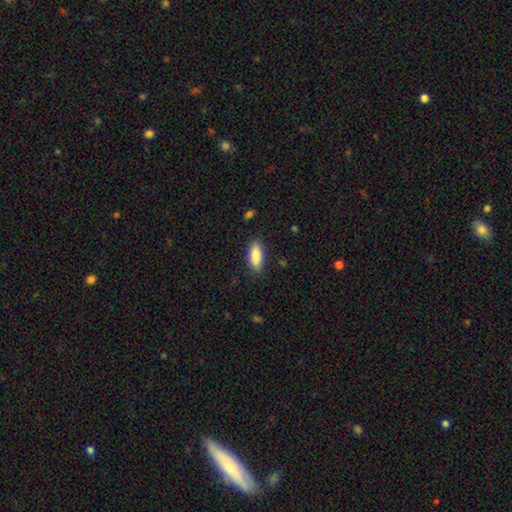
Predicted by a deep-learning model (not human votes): smooth_or_featured: smooth (p=0.88) [alt: star or artifact p=0.06]
how_rounded: in between (p=0.78) [alt: cigar-shaped p=0.20]
merging: none (p=0.86) [alt: minor disturbance p=0.10]